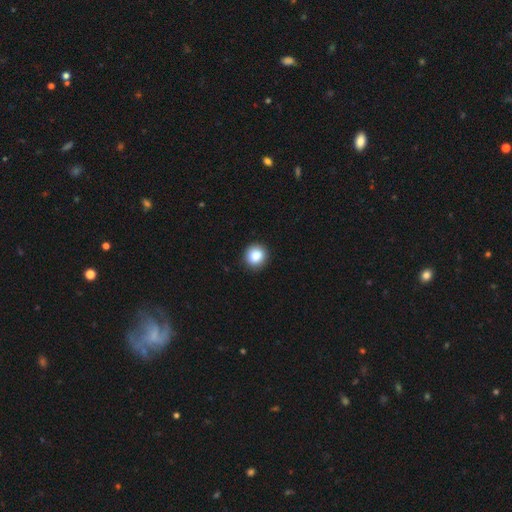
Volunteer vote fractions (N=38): Smooth or featured? 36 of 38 (95%) said smooth. How rounded? 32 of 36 (89%) said round. Merging? 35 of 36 (97%) said none.